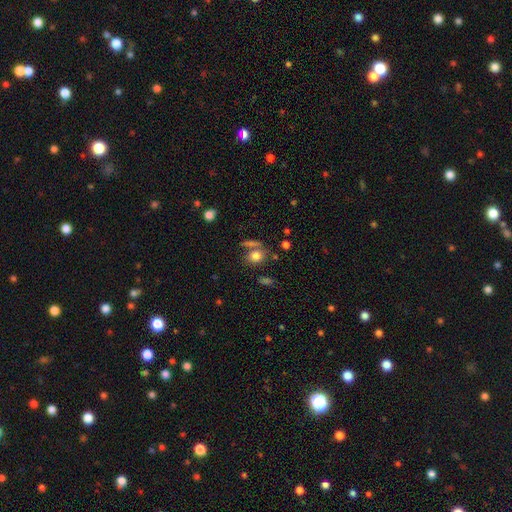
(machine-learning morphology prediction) The model was most divided on "how rounded": round: 50%, in between: 47%, cigar-shaped: 3%. More confident: smooth or featured — smooth (79%); merging — none (61%).